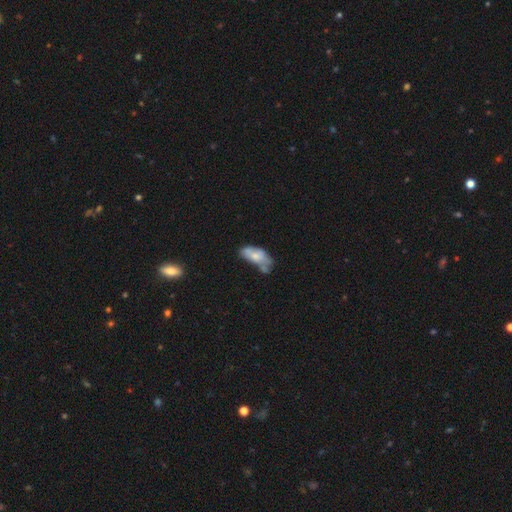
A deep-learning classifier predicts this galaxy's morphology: This appears to be a smooth galaxy with no disk features (61%) that is in between round and cigar-shaped (87%). Merging: minor disturbance (30%).